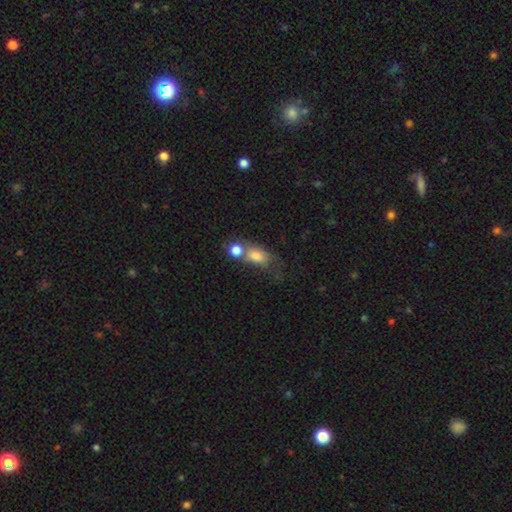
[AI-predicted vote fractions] Smooth or featured?
  - smooth: 74% *
  - featured or disk: 15%
  - star or artifact: 12%
How rounded?
  - in between: 63% *
  - round: 32%
  - cigar-shaped: 5%
Merging?
  - merger: 45% *
  - none: 27%
  - major disturbance: 14%
  - minor disturbance: 14%